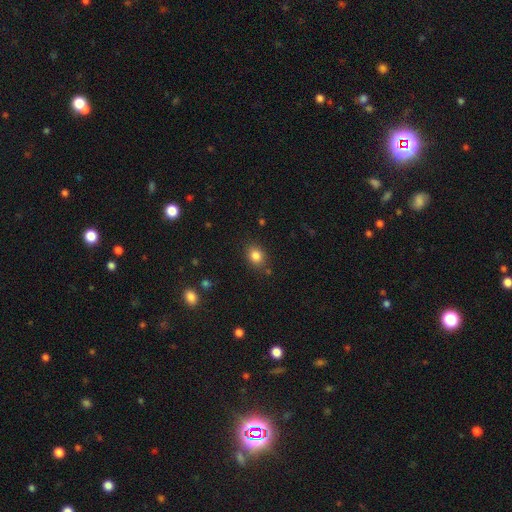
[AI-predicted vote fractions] smooth 83%, star or artifact 11%, featured or disk 6%. Down the decision tree: how rounded — in between (51%); merging — none (83%).